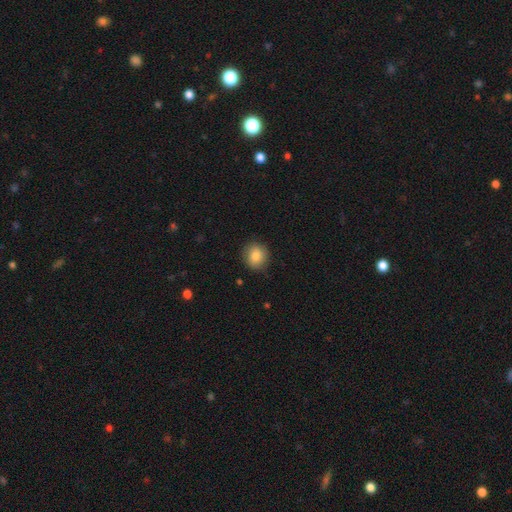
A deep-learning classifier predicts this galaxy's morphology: Smooth or featured? Predicted: smooth (p=0.85). How rounded? Predicted: round (p=0.79). Merging? Predicted: none (p=0.86).